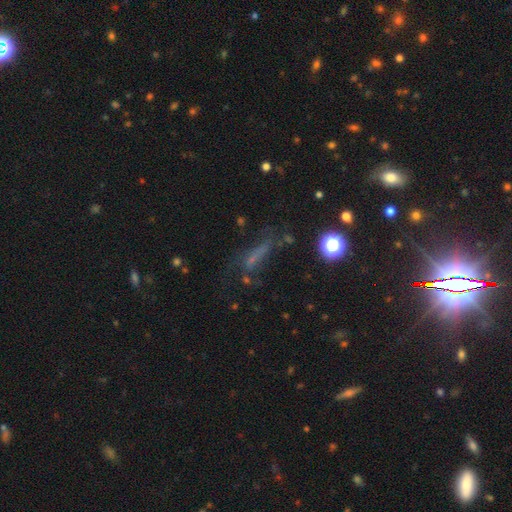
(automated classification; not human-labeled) Morphology: type=smooth (42%); merging=none (55%).